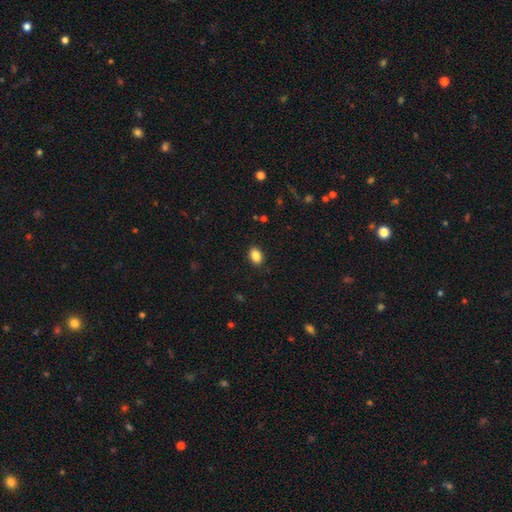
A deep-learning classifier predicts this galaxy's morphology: smooth_or_featured: smooth (p=0.87) [alt: star or artifact p=0.09]
how_rounded: in between (p=0.81) [alt: round p=0.18]
merging: none (p=0.89) [alt: minor disturbance p=0.08]